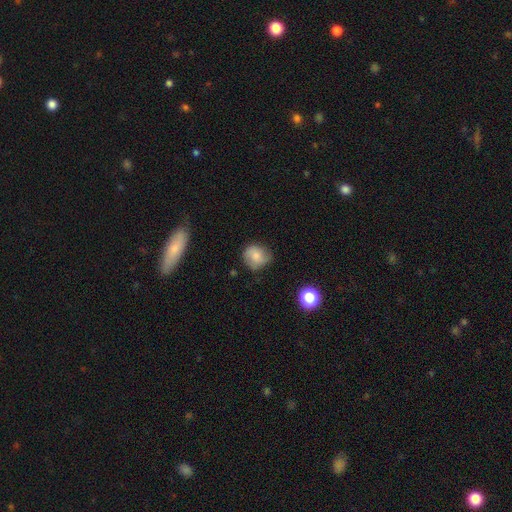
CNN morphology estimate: This is likely a smooth galaxy (73%). How rounded: likely round (78%). Merging: likely none (64%).